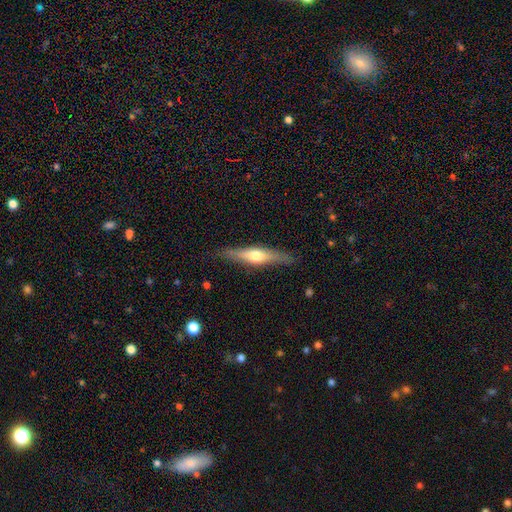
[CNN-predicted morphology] featured or disk 58%, smooth 37%, star or artifact 5%. Down the decision tree: edge-on disk — yes (93%); edge-on bulge — rounded (90%); merging — none (85%).